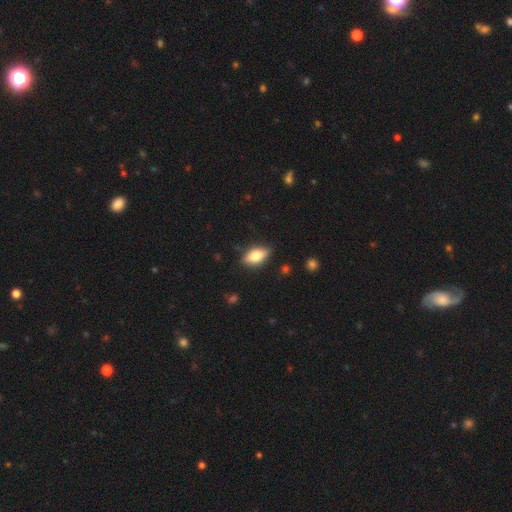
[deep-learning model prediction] This appears to be a smooth galaxy with no disk features (67%) that is in between round and cigar-shaped (84%). Merging: none (83%).